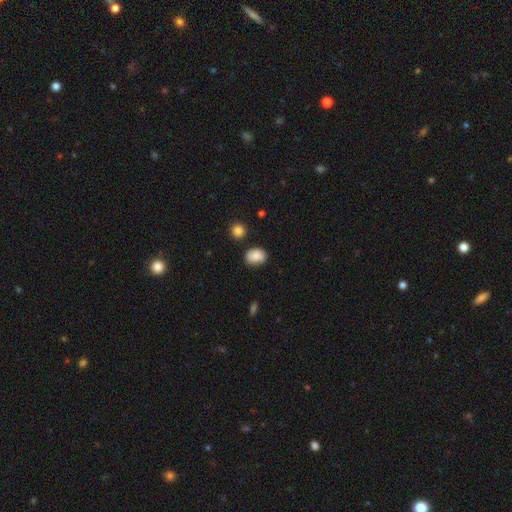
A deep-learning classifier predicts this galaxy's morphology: Smooth or featured? Predicted: smooth (p=0.83). How rounded? Predicted: in between (p=0.66). Merging? Predicted: none (p=0.72).